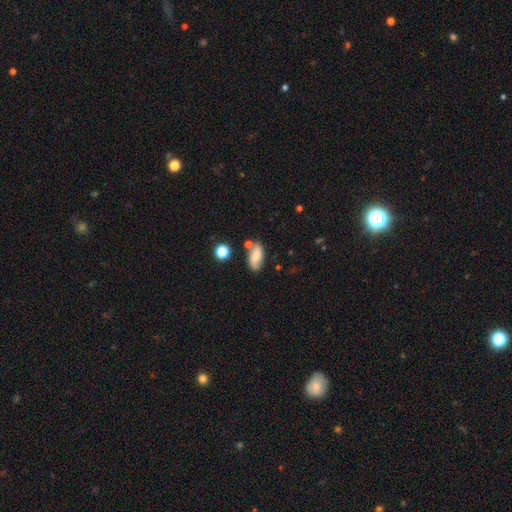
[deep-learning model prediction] smooth 63%, featured or disk 28%, star or artifact 9%. Down the decision tree: how rounded — in between (84%); merging — none (69%).